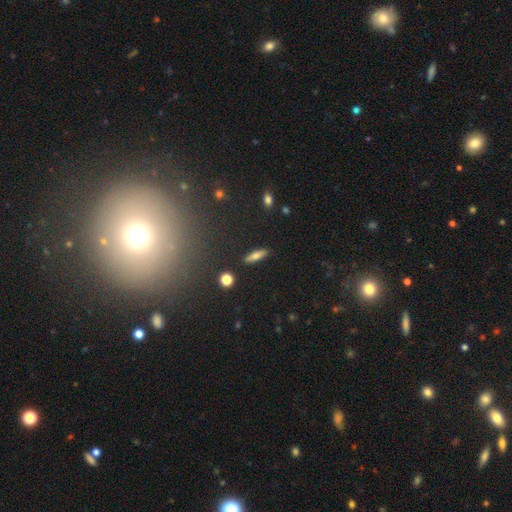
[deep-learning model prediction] Morphology: type=smooth (68%); roundness=cigar-shaped (65%); merging=none (88%).